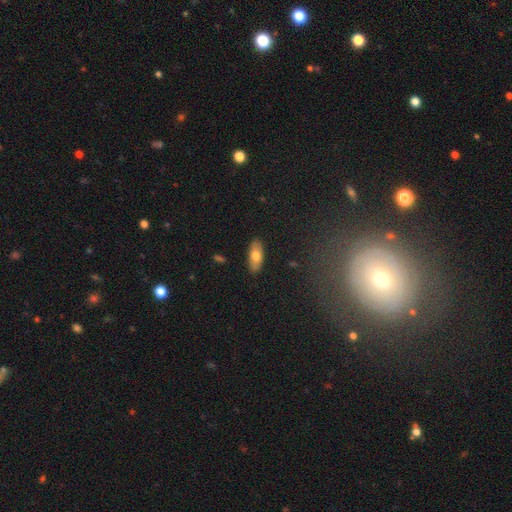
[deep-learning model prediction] This appears to be a smooth galaxy with no disk features (71%) that is in between round and cigar-shaped (82%). Merging: none (88%).